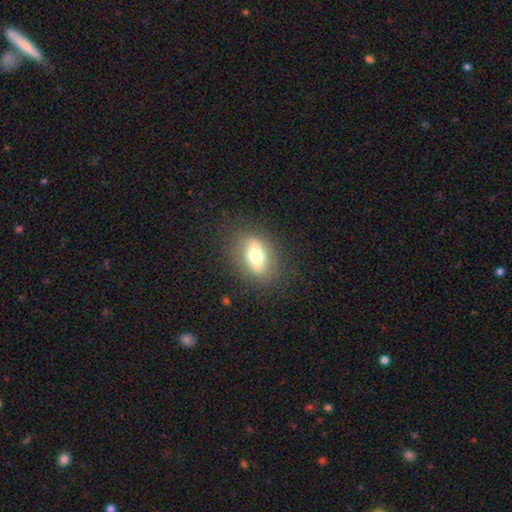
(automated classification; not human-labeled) The model was most divided on "smooth or featured": smooth: 56%, featured or disk: 35%, star or artifact: 9%. More confident: merging — none (80%); how rounded — in between (77%).